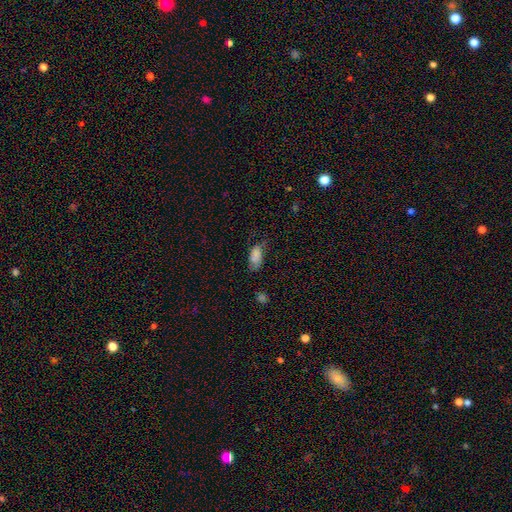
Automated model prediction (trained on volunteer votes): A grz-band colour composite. It shows a smooth galaxy with no disk features (78%) that is in between round and cigar-shaped (89%). Merging: none (43%).